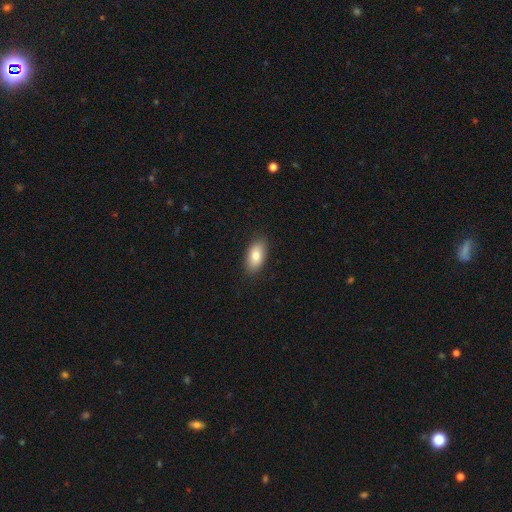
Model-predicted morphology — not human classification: This appears to be a smooth galaxy with no disk features (82%) that is in between round and cigar-shaped (92%). Merging: none (88%).